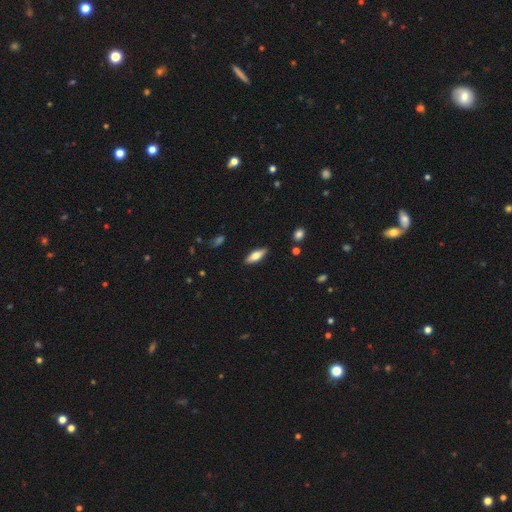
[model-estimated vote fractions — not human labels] smooth 64%, featured or disk 29%, star or artifact 6%. Down the decision tree: how rounded — in between (61%); merging — none (87%).